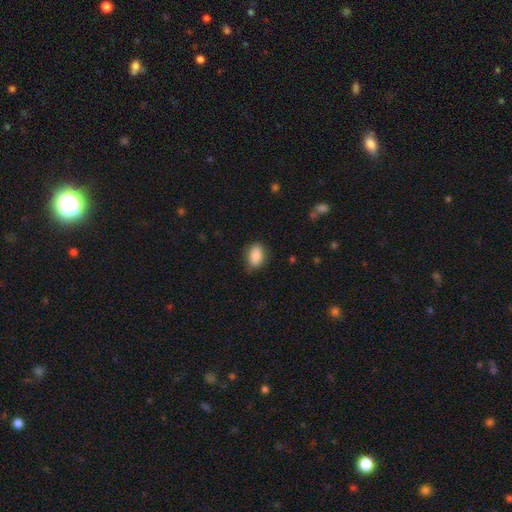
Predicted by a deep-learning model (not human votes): Smooth or featured? Predicted: smooth (p=0.88). How rounded? Predicted: in between (p=0.87). Merging? Predicted: none (p=0.77).